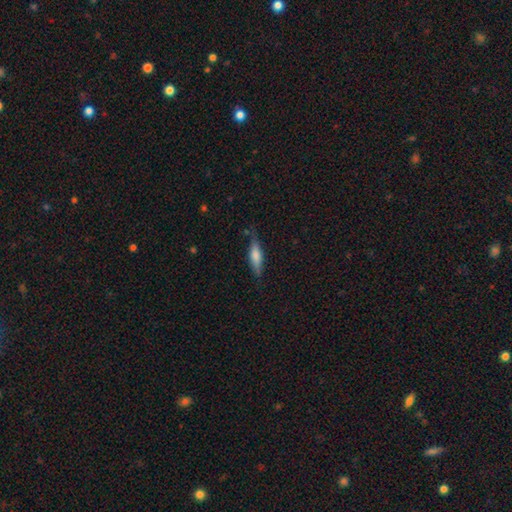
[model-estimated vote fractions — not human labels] This appears to be a smooth galaxy with no disk features (65%) that is cigar-shaped (59%). Merging: none (74%).